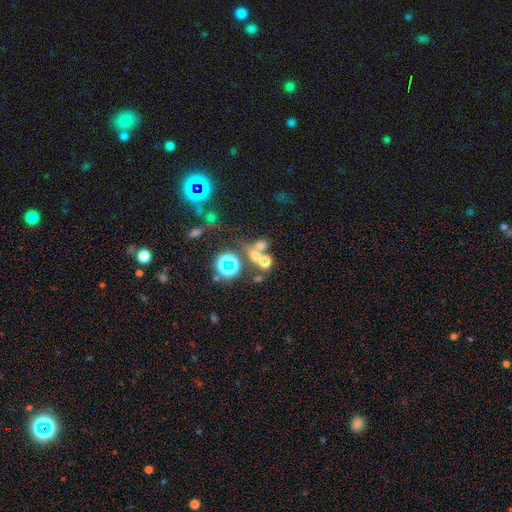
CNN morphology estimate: The model was most divided on "merging": none: 43%, merger: 42%, minor disturbance: 9%, major disturbance: 7%. Remaining: smooth or featured — smooth (45%).